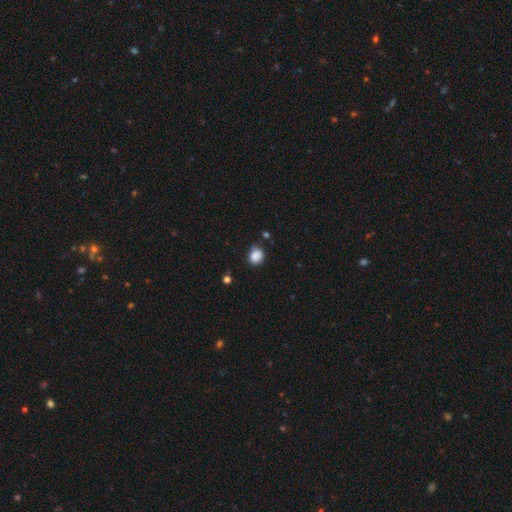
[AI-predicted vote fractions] A smooth galaxy with no disk features (86%) that is round (65%). Merging: none (71%).